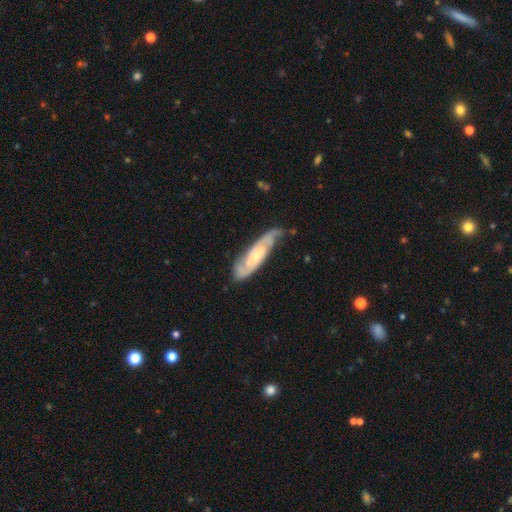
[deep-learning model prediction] Smooth or featured?
  - featured or disk: 80% *
  - smooth: 15%
  - star or artifact: 5%
Edge-on disk?
  - no: 85% *
  - yes: 15%
Bar?
  - no: 62% *
  - weak: 30%
  - strong: 9%
Spiral arms?
  - yes: 95% *
  - no: 5%
Spiral winding?
  - tight: 55% *
  - medium: 36%
  - loose: 9%
Spiral arm count?
  - 2: 69% *
  - can't tell: 18%
  - 3: 7%
  - 1: 3%
  - 4: 2%
  - more than 4: 2%
Bulge size?
  - small: 59% *
  - moderate: 35%
  - none: 3%
  - large: 2%
  - dominant: 1%
Merging?
  - none: 69% *
  - minor disturbance: 23%
  - major disturbance: 6%
  - merger: 2%